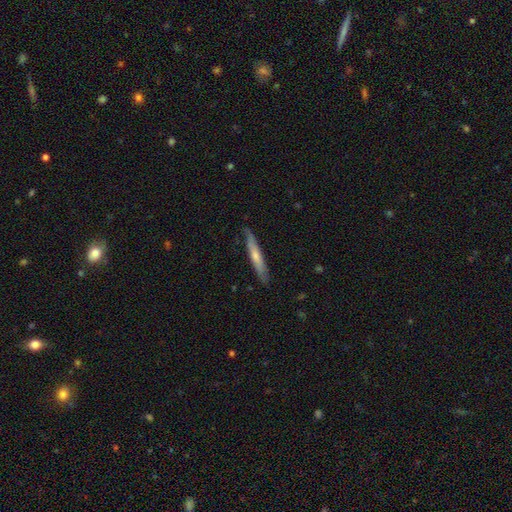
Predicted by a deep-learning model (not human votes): Smooth or featured? smooth (55%)
How rounded? cigar-shaped (94%)
Merging? none (83%)